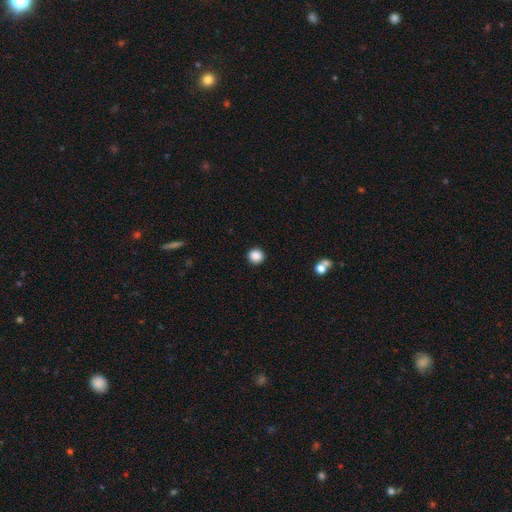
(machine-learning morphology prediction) Smooth or featured?
  - smooth: 88% *
  - star or artifact: 10%
  - featured or disk: 3%
How rounded?
  - round: 94% *
  - in between: 5%
  - cigar-shaped: 1%
Merging?
  - none: 93% *
  - minor disturbance: 4%
  - major disturbance: 2%
  - merger: 1%